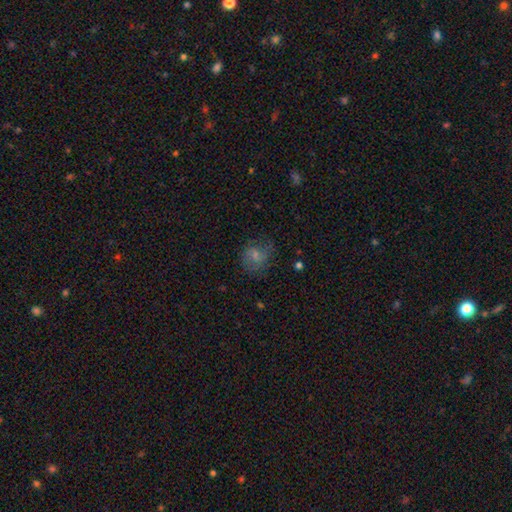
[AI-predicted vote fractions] smooth 57%, featured or disk 32%, star or artifact 11%. Down the decision tree: how rounded — round (61%); merging — none (58%).